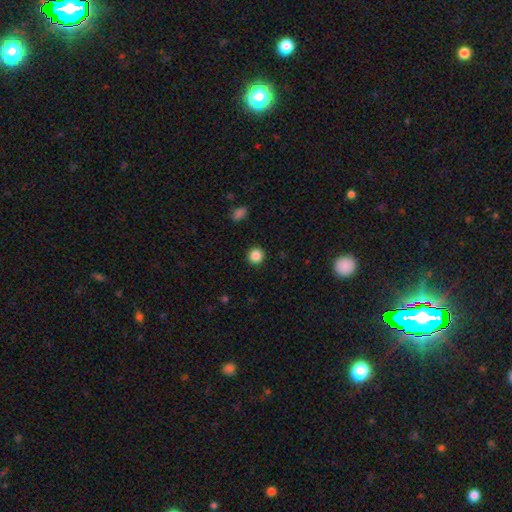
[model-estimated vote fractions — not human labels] Smooth or featured?
  - smooth: 87% *
  - star or artifact: 10%
  - featured or disk: 3%
How rounded?
  - round: 93% *
  - in between: 6%
  - cigar-shaped: 1%
Merging?
  - none: 92% *
  - minor disturbance: 5%
  - major disturbance: 2%
  - merger: 1%